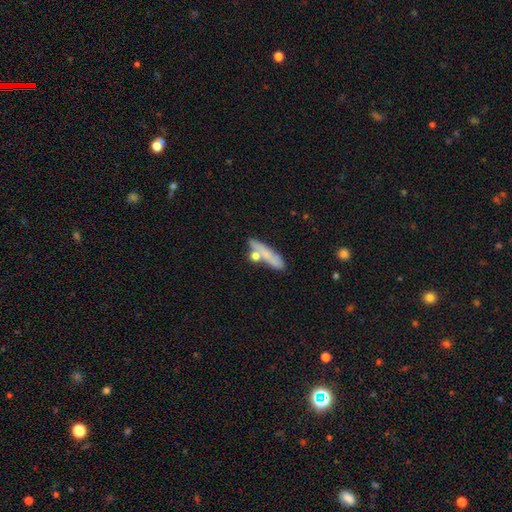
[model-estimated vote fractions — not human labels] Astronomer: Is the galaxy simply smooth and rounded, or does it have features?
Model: smooth — 68%.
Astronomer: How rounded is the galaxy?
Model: cigar-shaped — 56%.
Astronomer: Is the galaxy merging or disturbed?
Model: none — 53%.